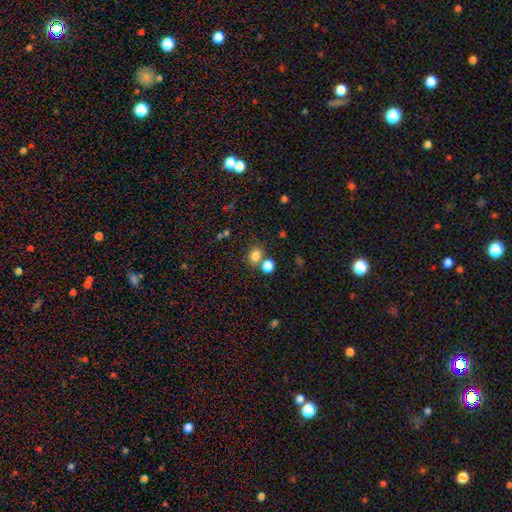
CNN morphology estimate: Smooth or featured?
  - smooth: 80% *
  - star or artifact: 13%
  - featured or disk: 6%
How rounded?
  - round: 54% *
  - in between: 46%
  - cigar-shaped: 1%
Merging?
  - none: 64% *
  - merger: 23%
  - minor disturbance: 10%
  - major disturbance: 4%